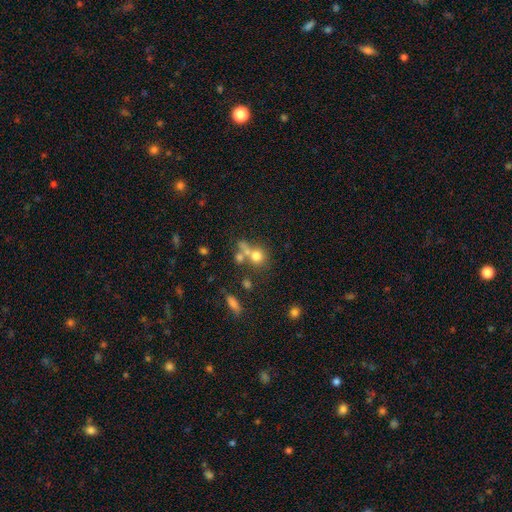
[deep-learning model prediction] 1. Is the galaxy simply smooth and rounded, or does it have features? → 67% smooth, 16% featured or disk, 16% star or artifact.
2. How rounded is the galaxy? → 80% round, 18% in between, 2% cigar-shaped.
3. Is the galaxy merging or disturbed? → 43% none, 40% merger, 10% minor disturbance, 7% major disturbance.